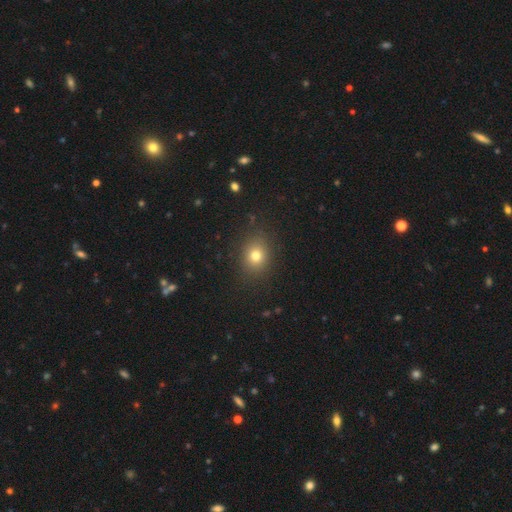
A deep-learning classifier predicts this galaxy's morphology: Q: Smooth or featured?
A: smooth (77%); runner-up: star or artifact (14%)
Q: How rounded?
A: round (63%); runner-up: in between (36%)
Q: Merging?
A: none (87%); runner-up: minor disturbance (8%)